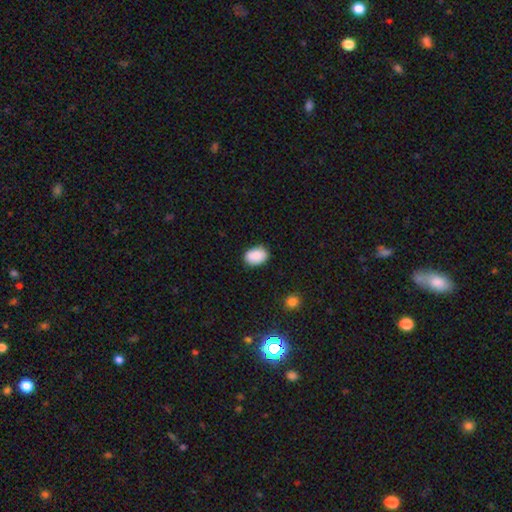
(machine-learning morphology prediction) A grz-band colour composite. It shows a smooth galaxy with no disk features (89%) that is in between round and cigar-shaped (82%). Merging: none (82%).